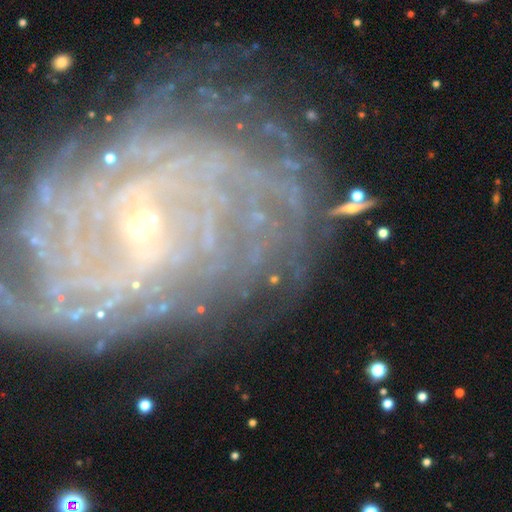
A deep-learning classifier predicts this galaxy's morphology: Overall: featured or disk (67%). Edge-on disk: no (93%). Bar: no (56%; weak 25%). Spiral arms: yes (81%). Spiral arm count: can't tell (37%; 2 14%). Spiral winding: tight (73%). Bulge size: small (65%). Merging: none (67%).